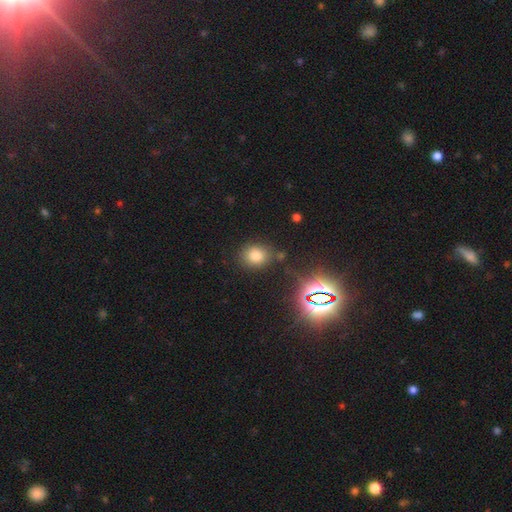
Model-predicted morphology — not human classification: smooth_or_featured: smooth (p=0.75) [alt: star or artifact p=0.18]
how_rounded: round (p=0.65) [alt: in between p=0.34]
merging: none (p=0.80) [alt: minor disturbance p=0.11]